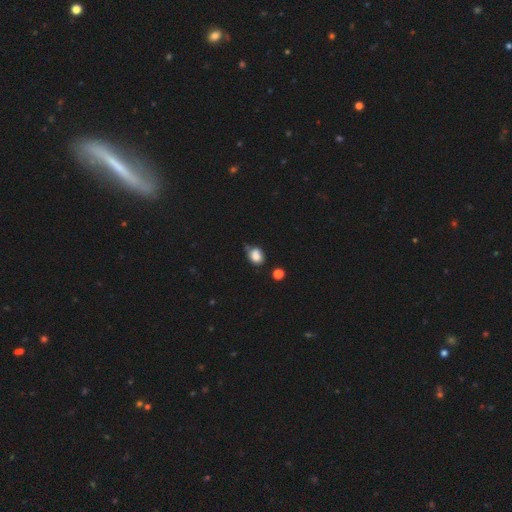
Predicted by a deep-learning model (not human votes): Smooth or featured? Predicted: smooth (p=0.81). How rounded? Predicted: in between (p=0.55). Merging? Predicted: none (p=0.51).